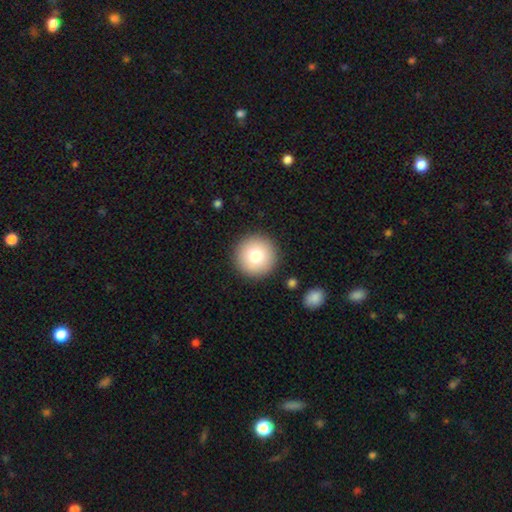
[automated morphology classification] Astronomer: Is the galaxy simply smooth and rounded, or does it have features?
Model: smooth — 77%.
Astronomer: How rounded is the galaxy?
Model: round — 96%.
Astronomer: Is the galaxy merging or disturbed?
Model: none — 91%.